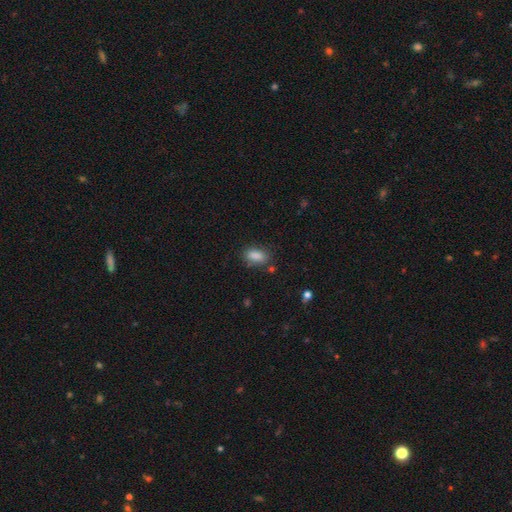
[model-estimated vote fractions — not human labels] Smooth or featured?
  - smooth: 87% *
  - star or artifact: 9%
  - featured or disk: 5%
How rounded?
  - in between: 88% *
  - round: 7%
  - cigar-shaped: 5%
Merging?
  - none: 79% *
  - minor disturbance: 14%
  - major disturbance: 4%
  - merger: 3%